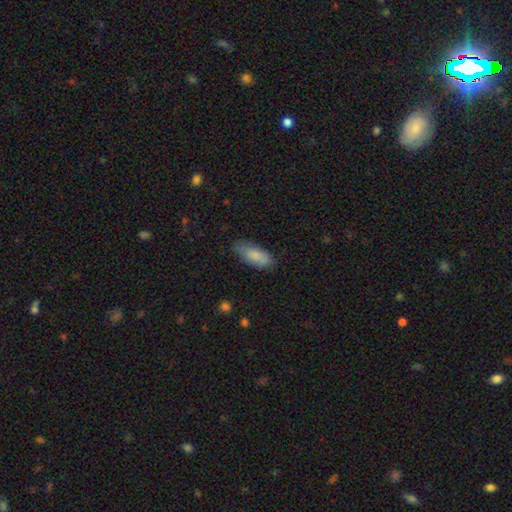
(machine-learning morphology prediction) Smooth or featured: smooth — 85% (featured or disk — 9%)
How rounded: in between — 79% (cigar-shaped — 19%)
Merging: none — 73% (minor disturbance — 22%)